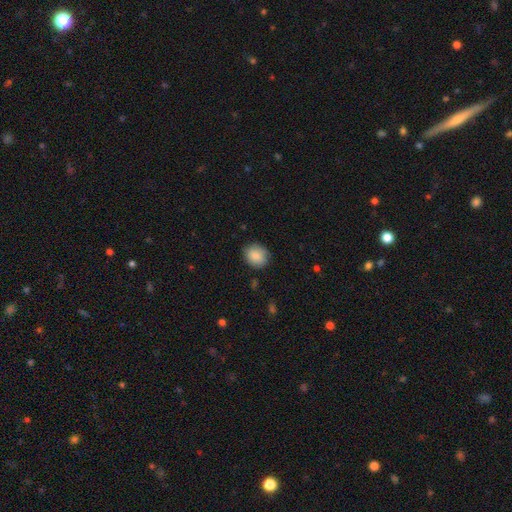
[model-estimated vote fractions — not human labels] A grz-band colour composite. It shows a smooth galaxy with no disk features (87%) that is round (73%). Merging: none (83%).